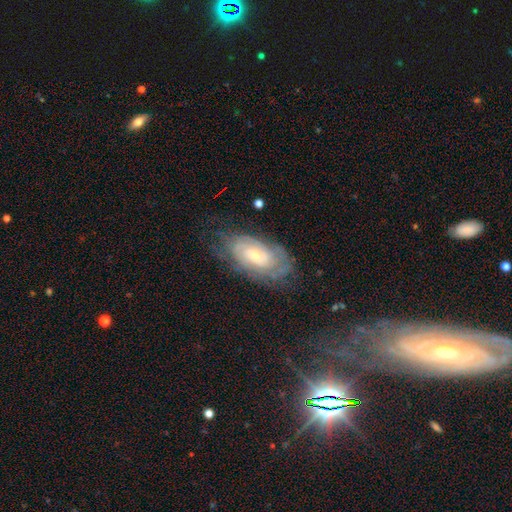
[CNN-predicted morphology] The model was most divided on "bulge size": moderate: 47%, small: 39%, large: 8%, none: 4%, dominant: 1%. More confident: edge-on disk — no (93%); spiral arms — yes (85%); smooth or featured — featured or disk (67%); spiral winding — tight (66%); merging — none (65%); spiral arm count — can't tell (60%); bar — no (59%).